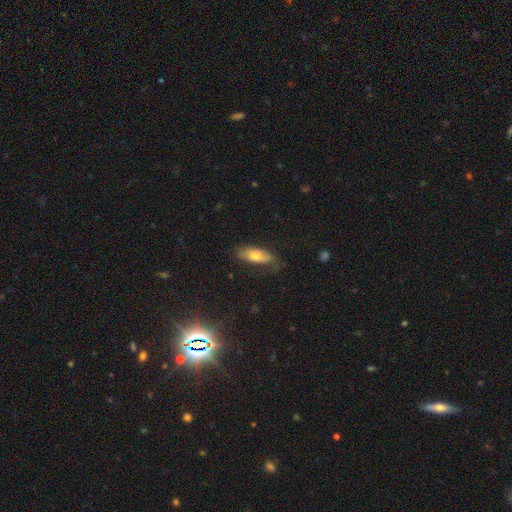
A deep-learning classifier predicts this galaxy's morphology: Smooth or featured? smooth (71%)
How rounded? in between (68%)
Merging? none (69%)